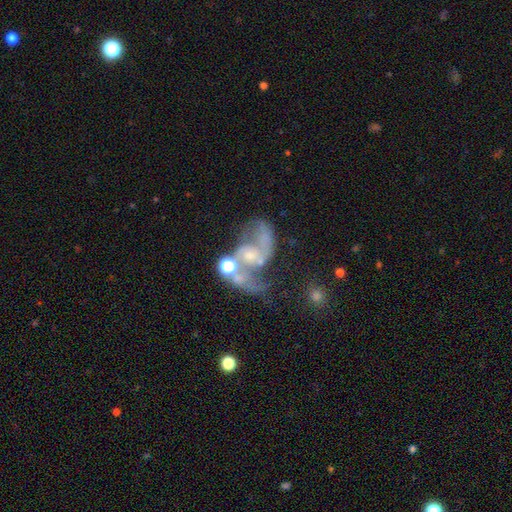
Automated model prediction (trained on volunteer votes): A featured or disk galaxy (79%) with no bar (57%), 2 (78%) loose (48%) spiral arms (88%) and a small central bulge (55%). Merging: none (29%, tied with merger).